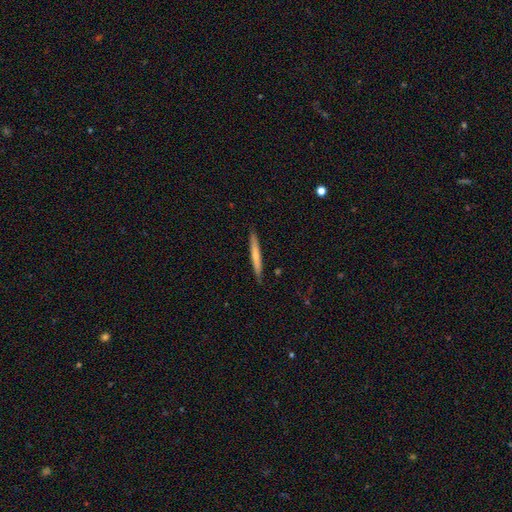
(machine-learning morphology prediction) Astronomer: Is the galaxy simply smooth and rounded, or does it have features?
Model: smooth — 60%.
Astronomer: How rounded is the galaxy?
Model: cigar-shaped — 96%.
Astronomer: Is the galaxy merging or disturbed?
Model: none — 89%.